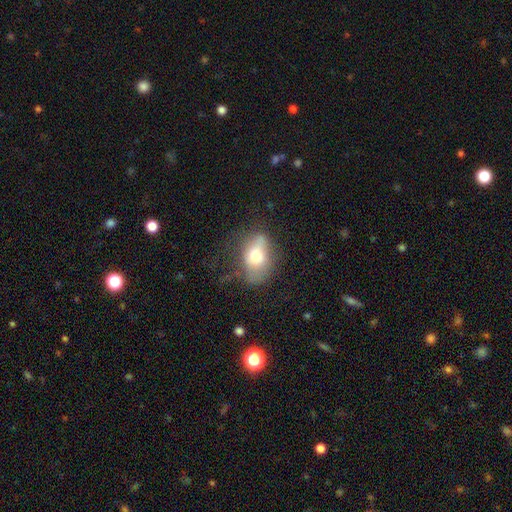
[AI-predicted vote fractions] This is likely a smooth galaxy (63%). How rounded: clearly in between (85%). Merging: possibly none (51%).